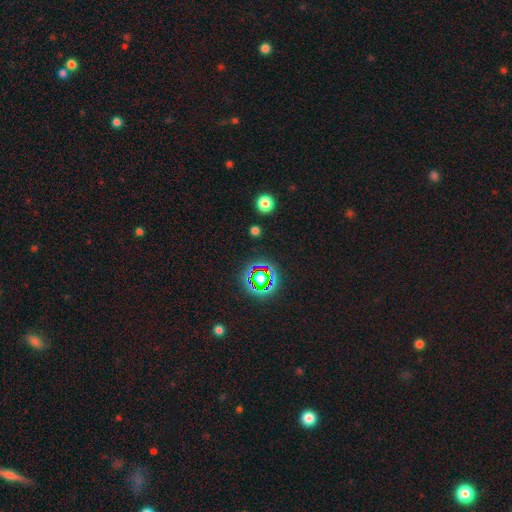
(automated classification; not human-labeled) Smooth or featured: star or artifact — 64% (smooth — 28%)